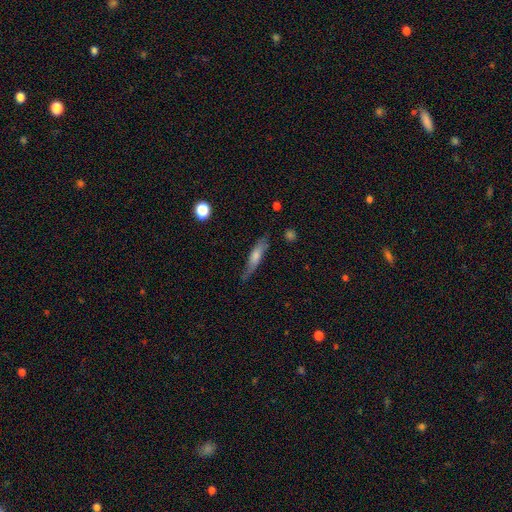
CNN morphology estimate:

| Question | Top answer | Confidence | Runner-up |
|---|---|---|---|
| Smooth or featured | smooth | 54% | featured or disk (38%) |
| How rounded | cigar-shaped | 78% | in between (20%) |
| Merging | none | 69% | minor disturbance (23%) |